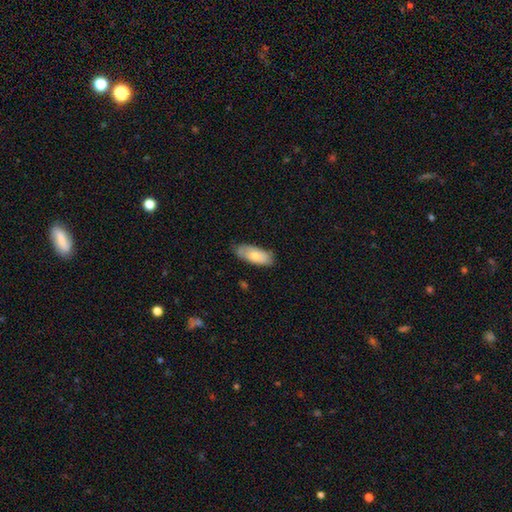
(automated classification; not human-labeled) smooth 72%, featured or disk 22%, star or artifact 6%. Down the decision tree: how rounded — in between (86%); merging — none (77%).